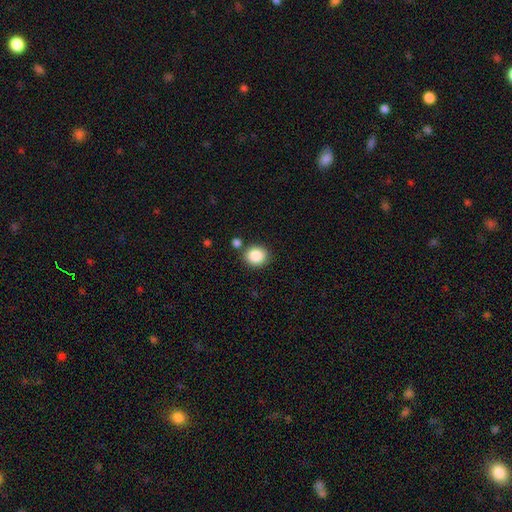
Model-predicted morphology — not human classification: This is clearly a smooth galaxy (88%). How rounded: likely round (78%). Merging: clearly none (81%).